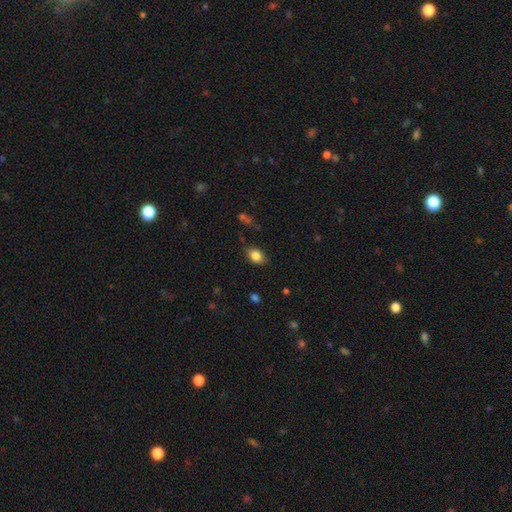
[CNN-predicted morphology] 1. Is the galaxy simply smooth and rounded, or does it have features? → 84% smooth, 9% star or artifact, 7% featured or disk.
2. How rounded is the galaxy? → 76% in between, 23% round, 1% cigar-shaped.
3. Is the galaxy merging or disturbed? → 76% none, 18% minor disturbance, 4% major disturbance, 2% merger.